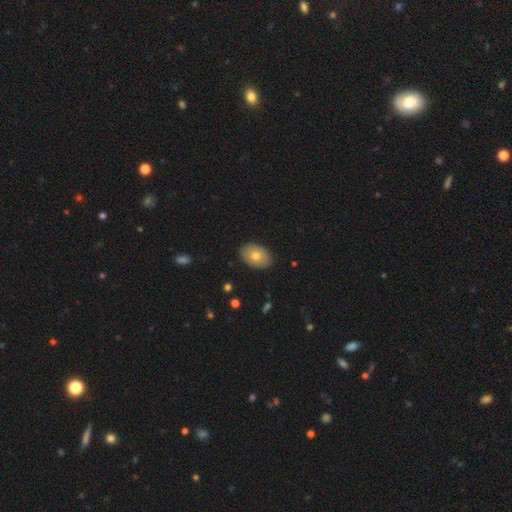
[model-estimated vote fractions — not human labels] smooth_or_featured: smooth (p=0.74) [alt: featured or disk p=0.19]
how_rounded: in between (p=0.85) [alt: round p=0.14]
merging: none (p=0.89) [alt: minor disturbance p=0.08]